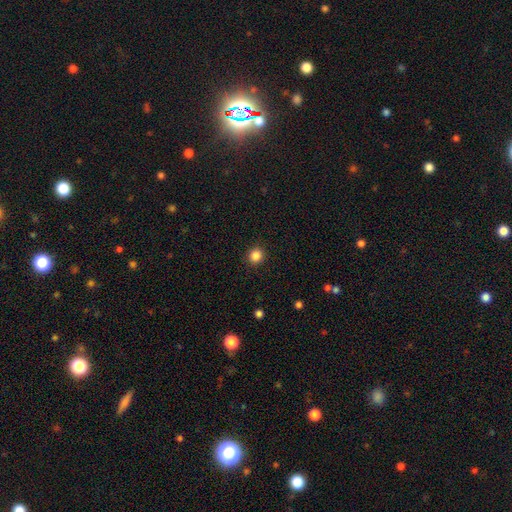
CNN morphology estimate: This appears to be a smooth galaxy with no disk features (86%) that is round (88%). Merging: none (91%).